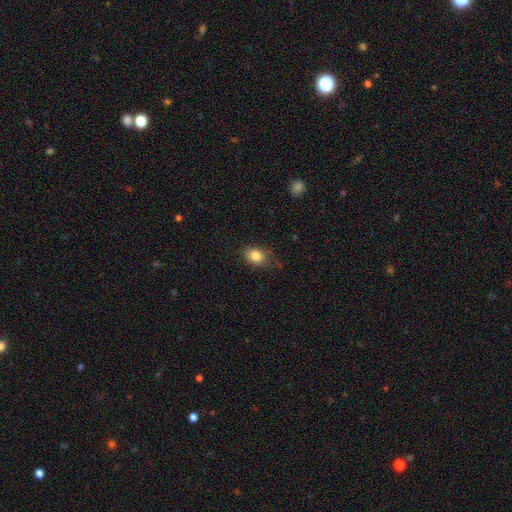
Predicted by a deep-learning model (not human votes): Smooth or featured?
  - smooth: 84% *
  - star or artifact: 9%
  - featured or disk: 6%
How rounded?
  - in between: 64% *
  - round: 35%
  - cigar-shaped: 1%
Merging?
  - none: 72% *
  - minor disturbance: 21%
  - major disturbance: 6%
  - merger: 1%